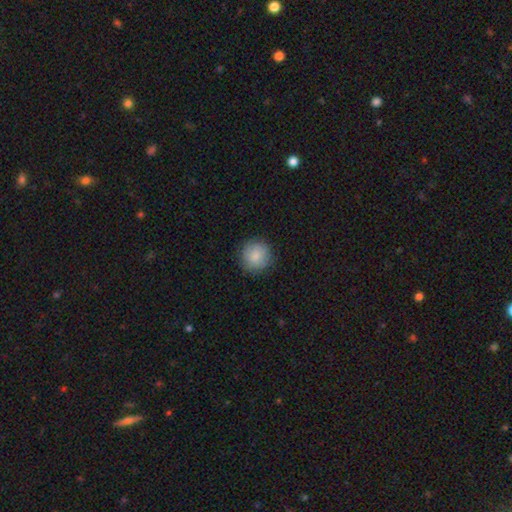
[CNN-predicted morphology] smooth_or_featured: smooth (p=0.86) [alt: star or artifact p=0.07]
how_rounded: round (p=0.93) [alt: in between p=0.06]
merging: none (p=0.88) [alt: minor disturbance p=0.08]